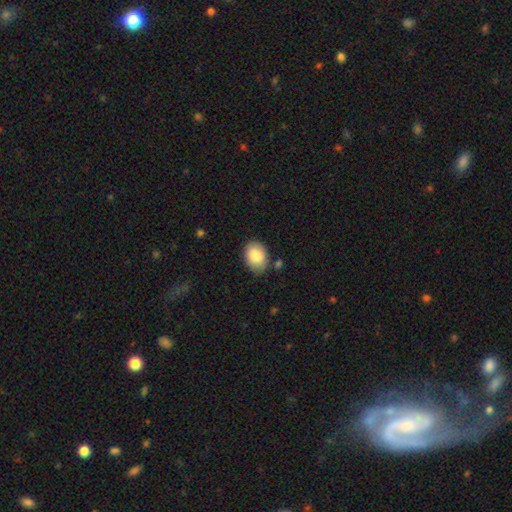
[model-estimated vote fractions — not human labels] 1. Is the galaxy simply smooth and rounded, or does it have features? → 87% smooth, 7% star or artifact, 6% featured or disk.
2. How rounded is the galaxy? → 74% in between, 25% round, 1% cigar-shaped.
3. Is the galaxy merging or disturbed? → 74% none, 19% minor disturbance, 4% major disturbance, 3% merger.